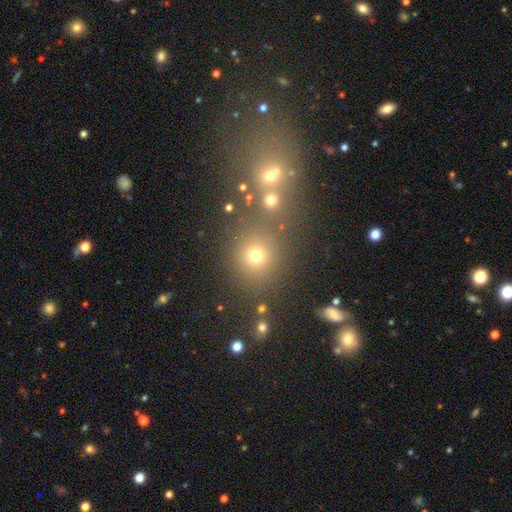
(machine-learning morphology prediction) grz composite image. It shows a smooth galaxy with no disk features (70%) that is round (84%). Merging: none (66%).